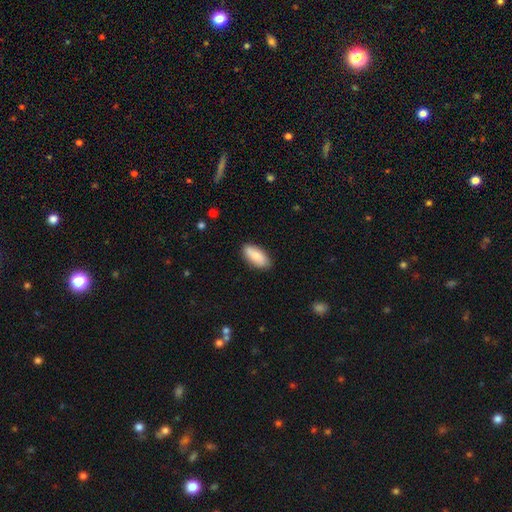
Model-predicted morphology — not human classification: smooth 80%, featured or disk 14%, star or artifact 6%. Down the decision tree: how rounded — in between (84%); merging — none (84%).